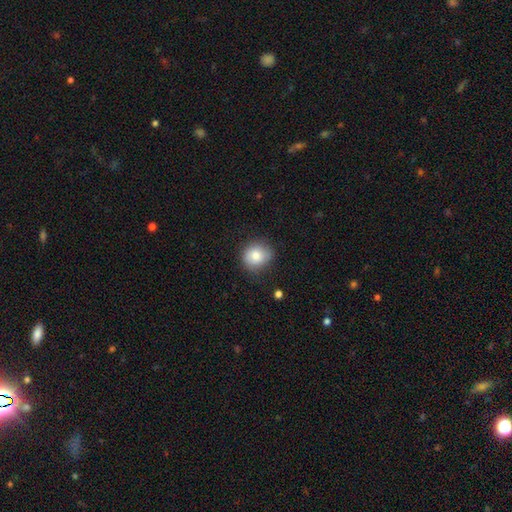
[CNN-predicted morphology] Smooth or featured? smooth (81%)
How rounded? round (82%)
Merging? none (76%)